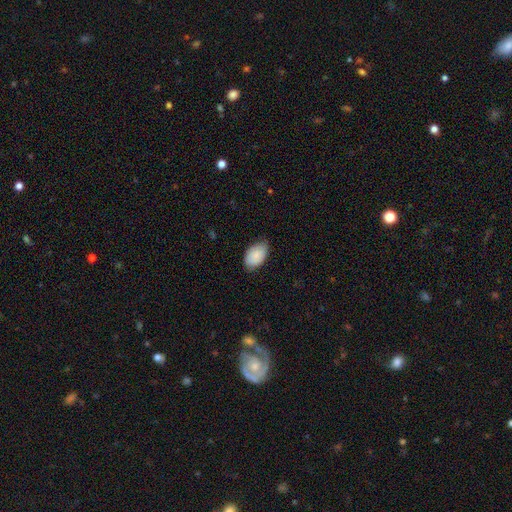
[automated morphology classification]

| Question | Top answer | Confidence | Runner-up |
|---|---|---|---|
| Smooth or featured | smooth | 87% | featured or disk (7%) |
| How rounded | in between | 93% | round (6%) |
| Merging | none | 76% | minor disturbance (20%) |